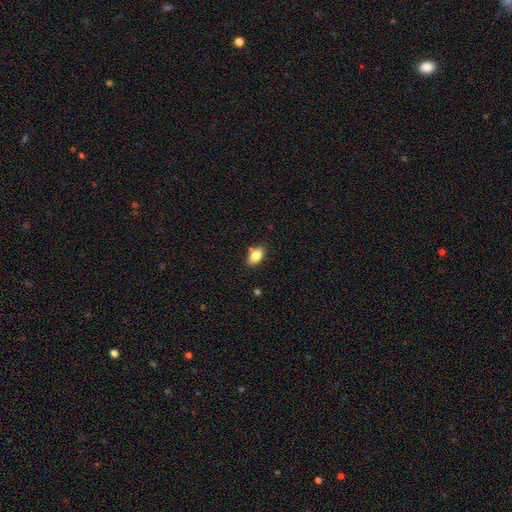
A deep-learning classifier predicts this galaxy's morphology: A smooth galaxy with no disk features (83%) that is in between round and cigar-shaped (90%).

Vote fractions:
- Smooth or featured? smooth: 83% / featured or disk: 9% / star or artifact: 8%
- How rounded? in between: 90% / round: 6% / cigar-shaped: 4%
- Merging? none: 78% / minor disturbance: 13% / merger: 7% / major disturbance: 3%